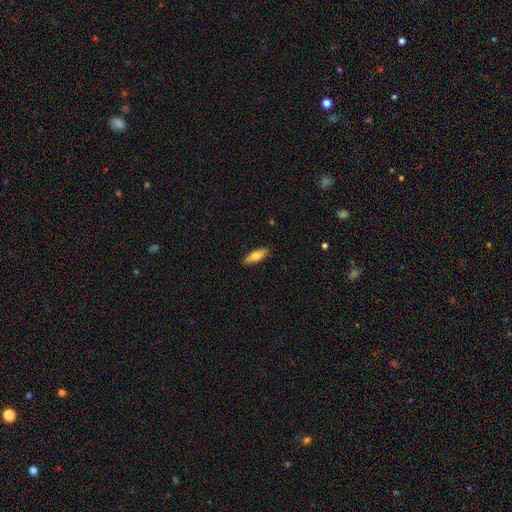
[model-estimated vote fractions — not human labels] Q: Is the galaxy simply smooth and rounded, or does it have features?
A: smooth — 71%.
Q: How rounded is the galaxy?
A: in between — 51%.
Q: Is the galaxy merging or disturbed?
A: none — 89%.